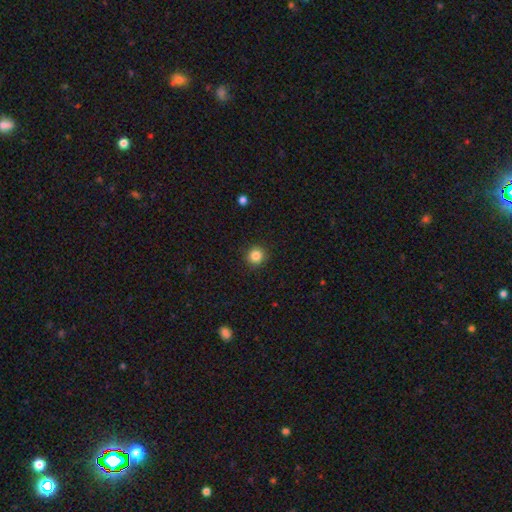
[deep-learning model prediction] smooth-or-featured: smooth: 85% | star or artifact: 11% | featured or disk: 4%
  how-rounded: round: 93% | in between: 6% | cigar-shaped: 1%
  merging: none: 92% | minor disturbance: 5% | major disturbance: 2% | merger: 1%